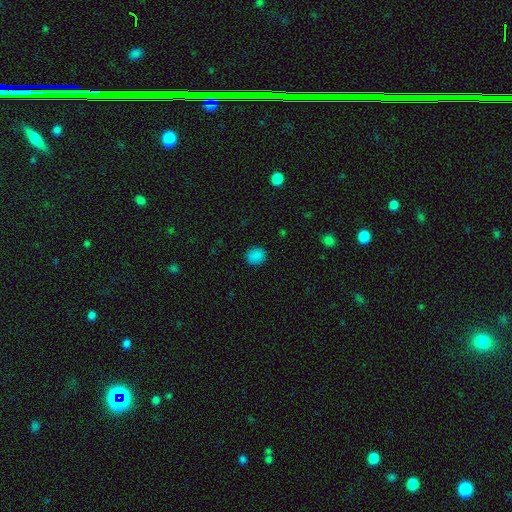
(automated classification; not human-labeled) smooth-or-featured: smooth: 84% | star or artifact: 13% | featured or disk: 3%
  how-rounded: round: 77% | in between: 22% | cigar-shaped: 1%
  merging: none: 89% | minor disturbance: 7% | major disturbance: 2% | merger: 1%